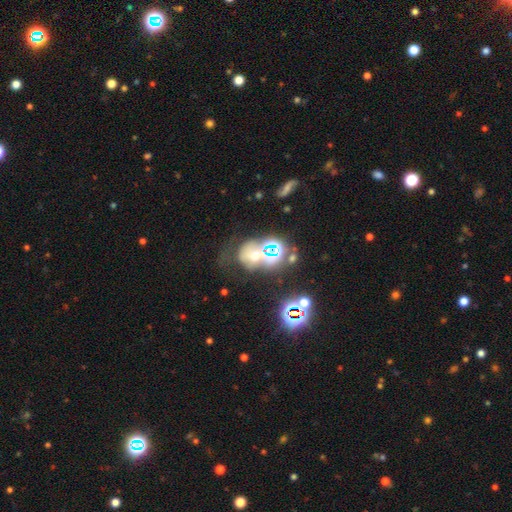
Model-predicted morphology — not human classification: Smooth or featured: smooth — 41% (star or artifact — 34%)
Merging: none — 32% (merger — 30%)